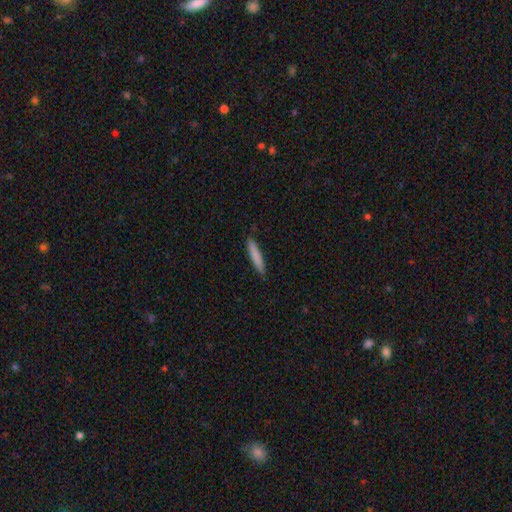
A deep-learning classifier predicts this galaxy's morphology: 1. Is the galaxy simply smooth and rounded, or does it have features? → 82% smooth, 13% featured or disk, 6% star or artifact.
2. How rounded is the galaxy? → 93% cigar-shaped, 6% in between, 1% round.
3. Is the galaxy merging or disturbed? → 89% none, 8% minor disturbance, 2% major disturbance, 1% merger.